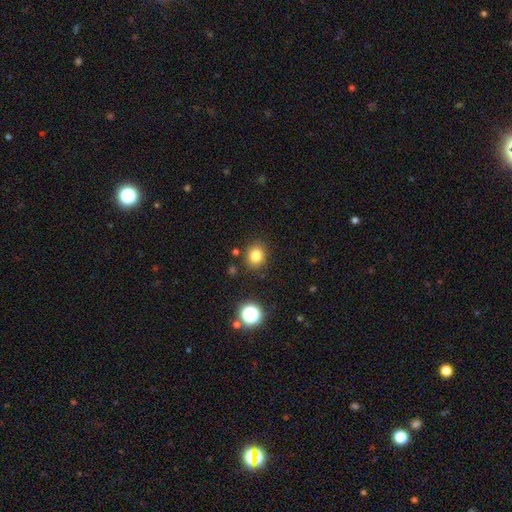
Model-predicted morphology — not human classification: This is clearly a smooth galaxy (80%). How rounded: likely round (72%). Merging: clearly none (85%).